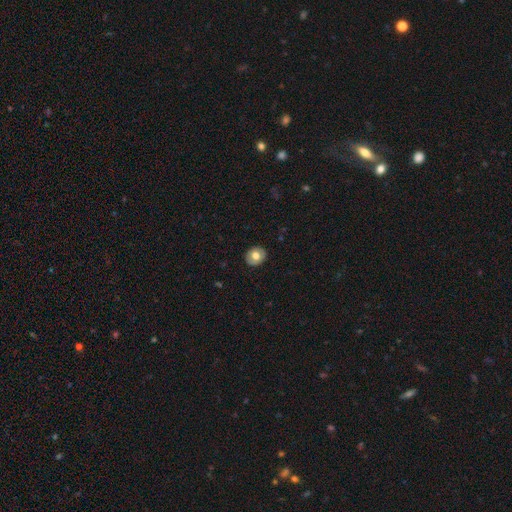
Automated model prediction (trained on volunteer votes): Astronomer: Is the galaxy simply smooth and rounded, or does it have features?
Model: smooth — 66%.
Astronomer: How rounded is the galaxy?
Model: round — 69%.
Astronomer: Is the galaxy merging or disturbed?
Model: none — 89%.